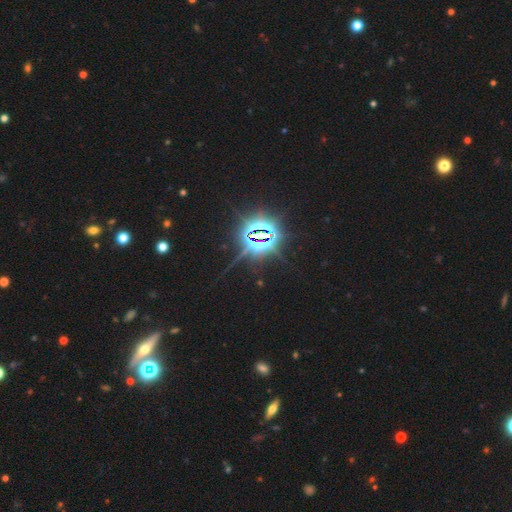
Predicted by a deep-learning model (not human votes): This appears to be a star or artifact, not a galaxy (85%).